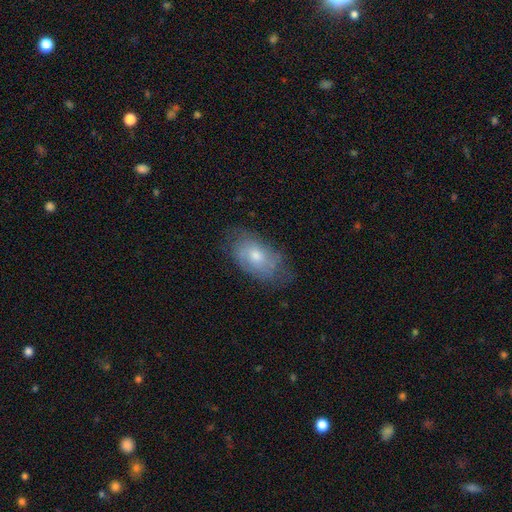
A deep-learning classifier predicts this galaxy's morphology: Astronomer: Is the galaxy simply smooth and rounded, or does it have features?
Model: smooth — 47% (runner-up: featured or disk, 45%).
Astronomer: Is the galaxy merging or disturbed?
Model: none — 64%.